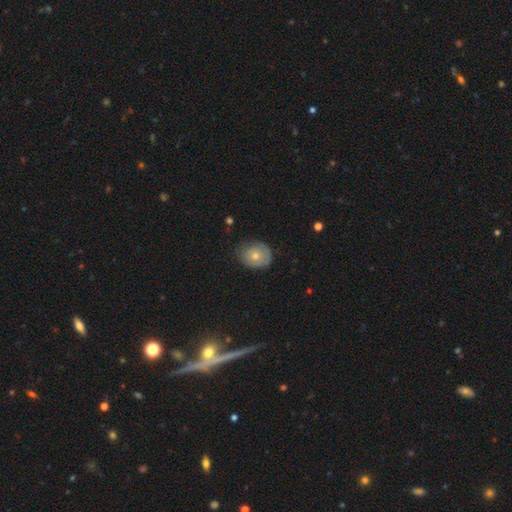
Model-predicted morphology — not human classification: smooth_or_featured: smooth (p=0.63) [alt: featured or disk p=0.30]
how_rounded: round (p=0.55) [alt: in between p=0.44]
merging: none (p=0.62) [alt: minor disturbance p=0.29]